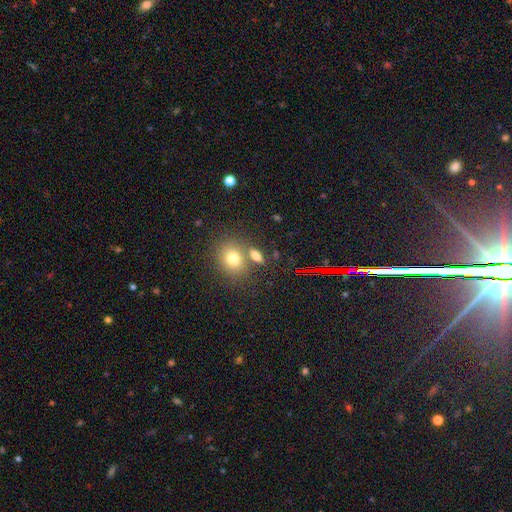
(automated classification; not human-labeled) Smooth or featured? Predicted: smooth (p=0.72). How rounded? Predicted: in between (p=0.60). Merging? Predicted: none (p=0.63).